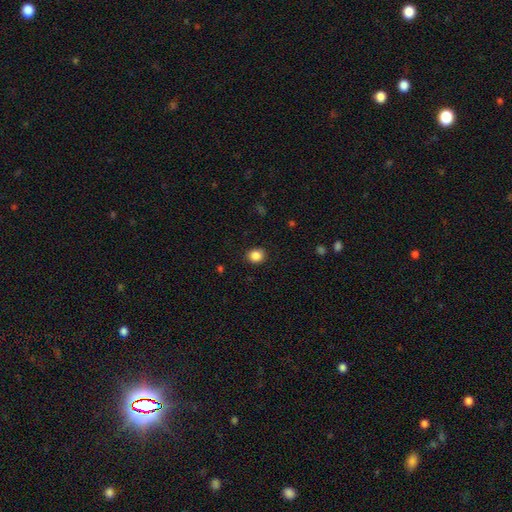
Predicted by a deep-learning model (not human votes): smooth_or_featured: smooth (p=0.86) [alt: star or artifact p=0.10]
how_rounded: round (p=0.74) [alt: in between p=0.25]
merging: none (p=0.88) [alt: minor disturbance p=0.09]